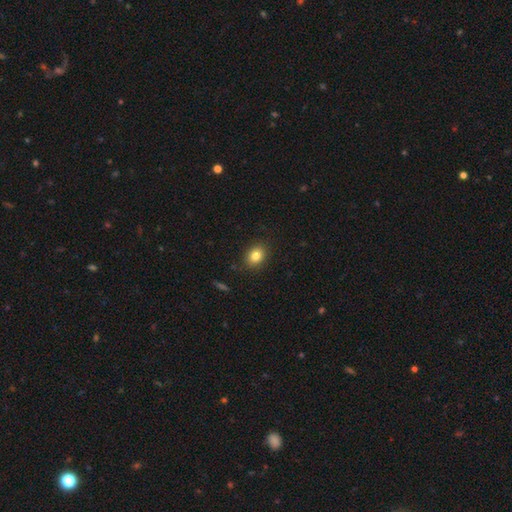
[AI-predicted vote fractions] smooth 83%, star or artifact 10%, featured or disk 7%. Down the decision tree: how rounded — in between (53%); merging — none (88%).